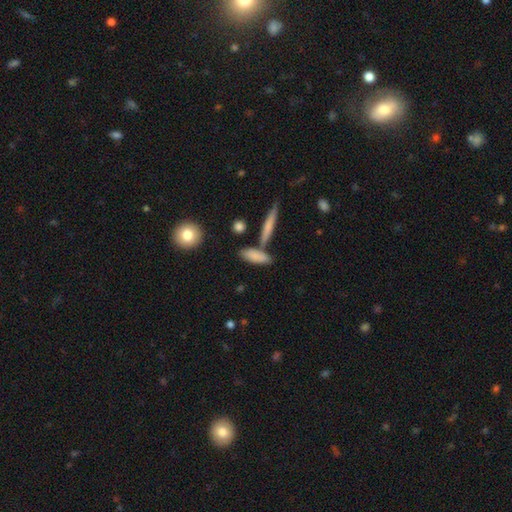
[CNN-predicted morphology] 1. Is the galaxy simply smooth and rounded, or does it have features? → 79% smooth, 14% featured or disk, 6% star or artifact.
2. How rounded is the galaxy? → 59% in between, 37% cigar-shaped, 4% round.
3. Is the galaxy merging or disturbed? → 61% none, 20% merger, 15% minor disturbance, 5% major disturbance.